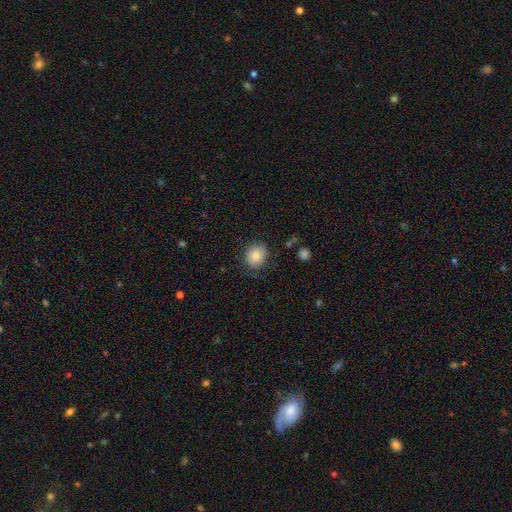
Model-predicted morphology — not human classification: smooth_or_featured: smooth (p=0.83) [alt: star or artifact p=0.09]
how_rounded: round (p=0.67) [alt: in between p=0.33]
merging: none (p=0.77) [alt: minor disturbance p=0.16]